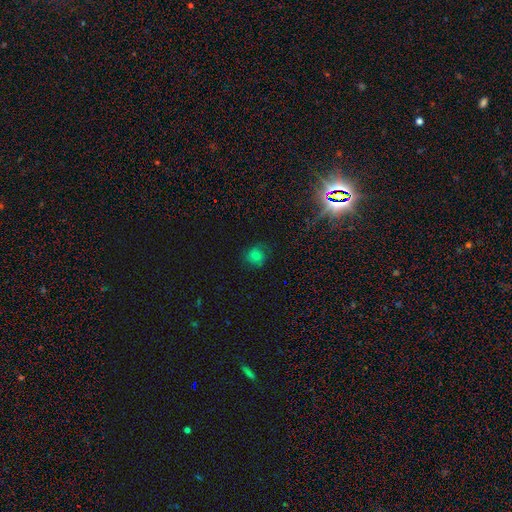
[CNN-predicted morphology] smooth-or-featured: smooth: 69% | star or artifact: 18% | featured or disk: 13%
  how-rounded: round: 85% | in between: 14% | cigar-shaped: 1%
  merging: none: 73% | minor disturbance: 19% | major disturbance: 7% | merger: 1%